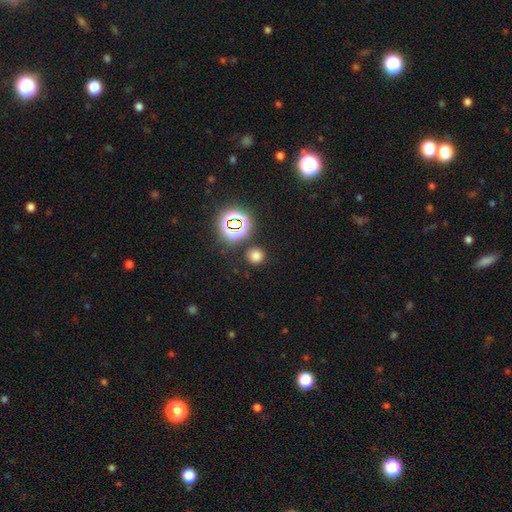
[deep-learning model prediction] A smooth galaxy with no disk features (70%) that is round (89%). Merging: none (85%).